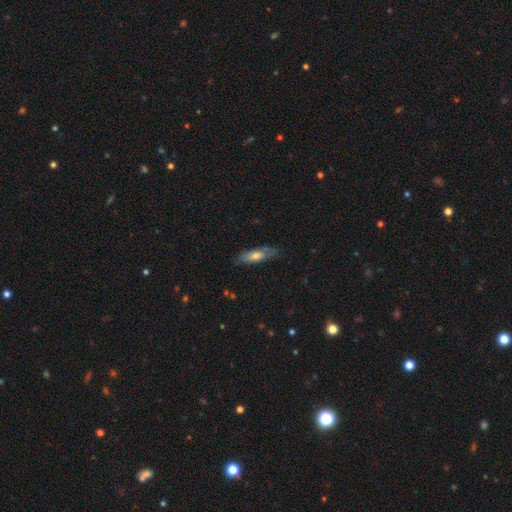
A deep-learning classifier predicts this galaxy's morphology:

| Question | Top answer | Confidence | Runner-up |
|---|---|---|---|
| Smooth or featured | smooth | 57% | featured or disk (36%) |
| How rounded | in between | 51% | cigar-shaped (47%) |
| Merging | none | 72% | minor disturbance (21%) |